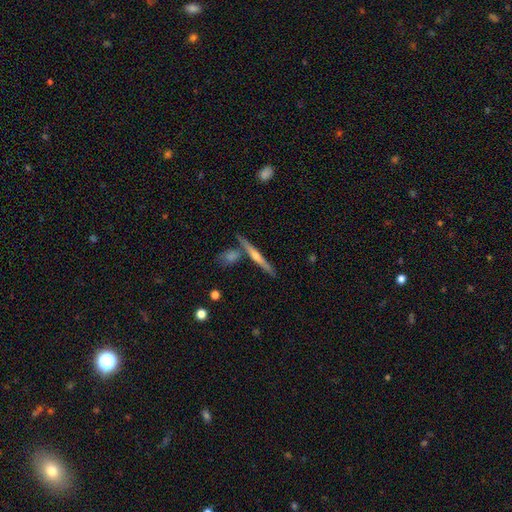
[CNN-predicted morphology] type=featured or disk (71%); edge-on=yes (97%); edge-on bulge=rounded (79%); merging=none (81%).